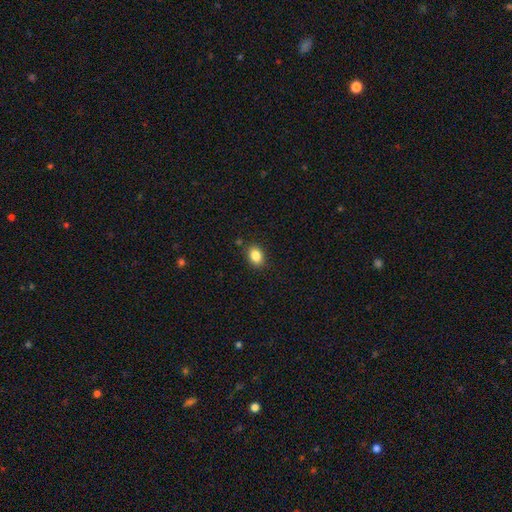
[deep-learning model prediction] smooth 85%, star or artifact 9%, featured or disk 5%. Down the decision tree: how rounded — in between (67%); merging — none (85%).